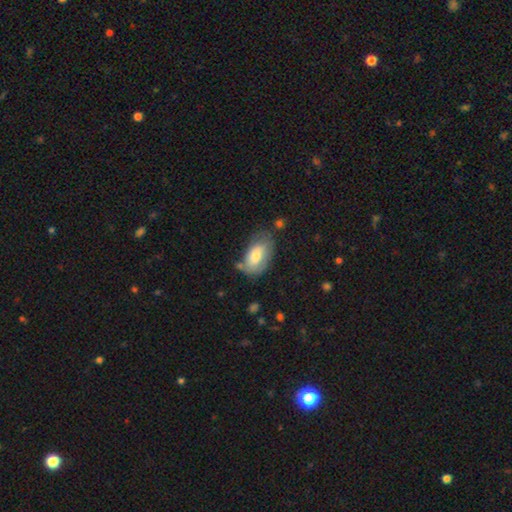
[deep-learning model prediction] smooth_or_featured: smooth (p=0.71) [alt: featured or disk p=0.22]
how_rounded: in between (p=0.93) [alt: round p=0.05]
merging: none (p=0.51) [alt: minor disturbance p=0.32]